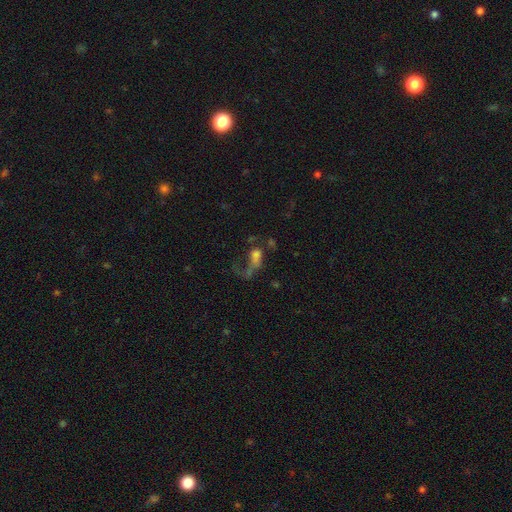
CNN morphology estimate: A smooth galaxy with no disk features (41%). Merging: major disturbance (50%).